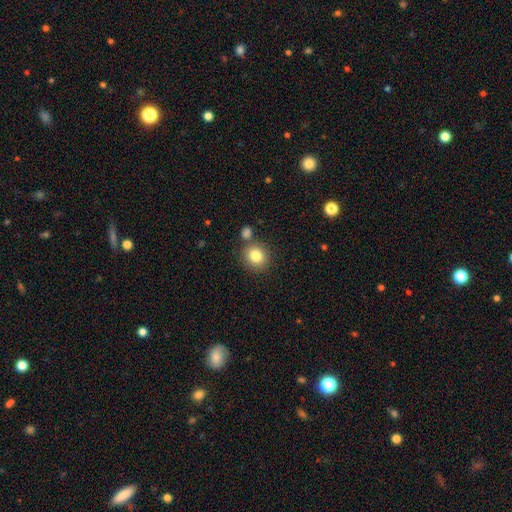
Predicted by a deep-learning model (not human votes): A smooth galaxy with no disk features (82%) that is round (83%). Merging: none (76%).